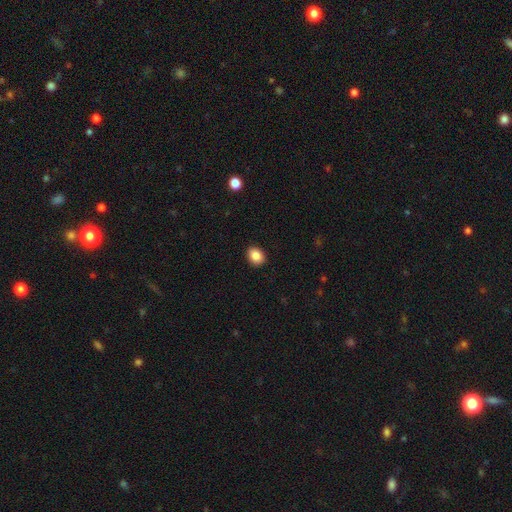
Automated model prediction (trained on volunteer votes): smooth 87%, star or artifact 9%, featured or disk 4%. Down the decision tree: how rounded — in between (54%); merging — none (90%).